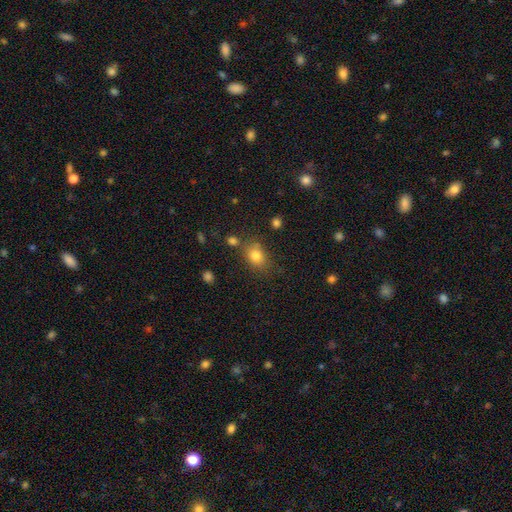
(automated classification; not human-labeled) Smooth or featured: smooth — 80% (star or artifact — 12%)
How rounded: in between — 60% (round — 39%)
Merging: none — 71% (minor disturbance — 16%)